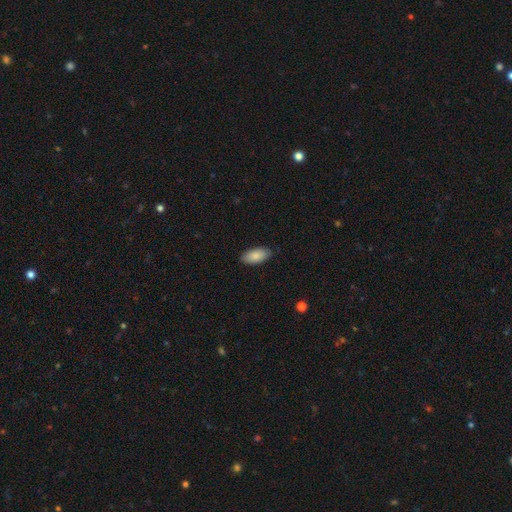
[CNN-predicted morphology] A smooth galaxy with no disk features (86%) that is in between round and cigar-shaped (93%).

Vote fractions:
- Smooth or featured? smooth: 86% / featured or disk: 8% / star or artifact: 6%
- How rounded? in between: 93% / cigar-shaped: 5% / round: 2%
- Merging? none: 87% / minor disturbance: 10% / major disturbance: 2% / merger: 1%